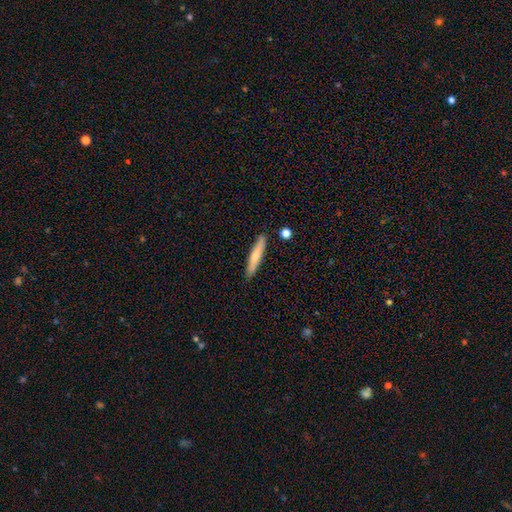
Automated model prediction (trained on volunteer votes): smooth_or_featured: smooth (p=0.68) [alt: featured or disk p=0.27]
how_rounded: cigar-shaped (p=0.90) [alt: in between p=0.08]
merging: none (p=0.87) [alt: minor disturbance p=0.08]